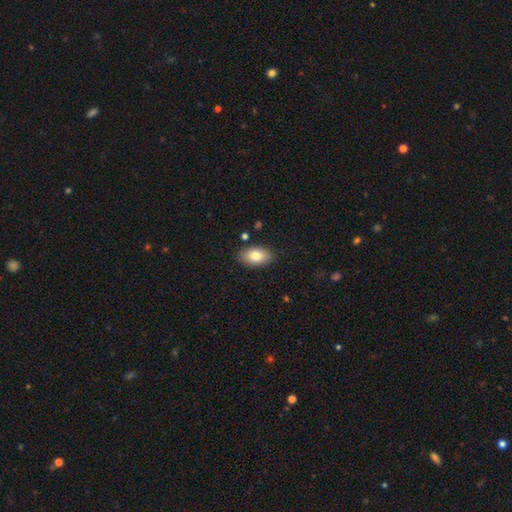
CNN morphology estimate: Smooth or featured? Predicted: smooth (p=0.81). How rounded? Predicted: in between (p=0.91). Merging? Predicted: none (p=0.86).